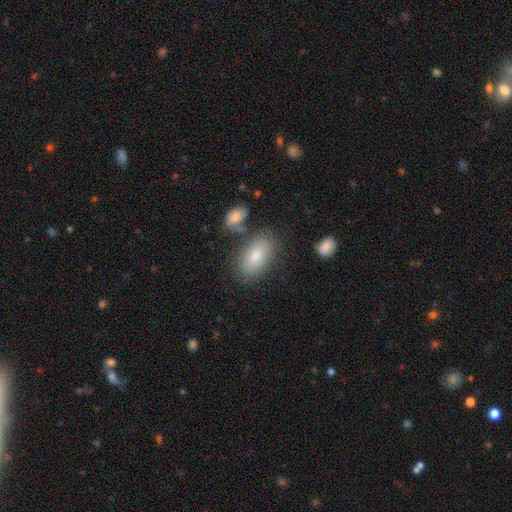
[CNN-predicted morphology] type=smooth (77%); roundness=in between (92%); merging=none (75%).